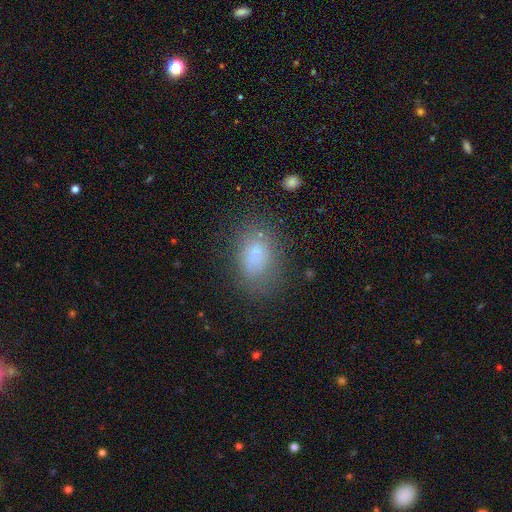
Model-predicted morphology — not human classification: This is likely a smooth galaxy (76%). How rounded: clearly in between (82%). Merging: likely none (65%).